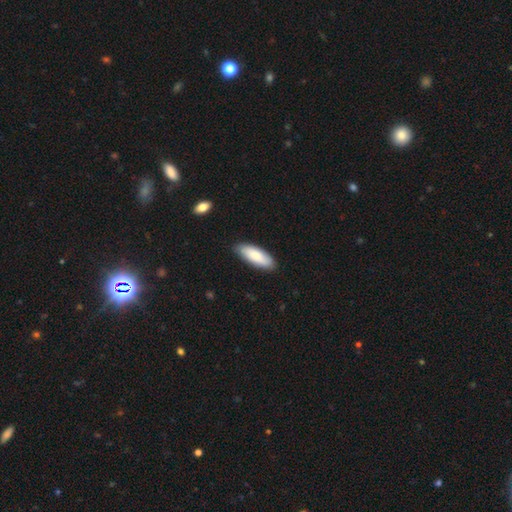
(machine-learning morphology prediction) The model was most divided on "how rounded": in between: 66%, cigar-shaped: 33%, round: 2%. More confident: merging — none (86%); smooth or featured — smooth (79%).